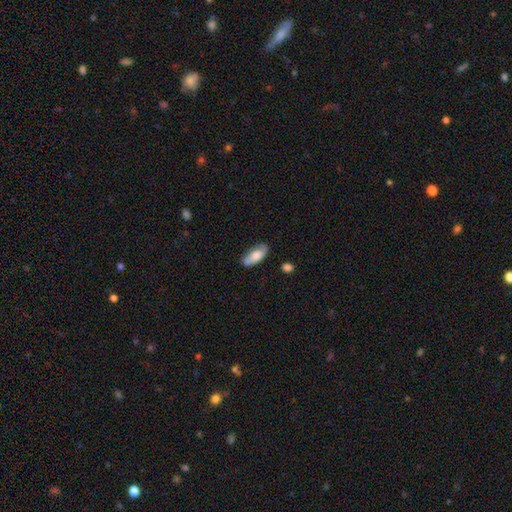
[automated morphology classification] Smooth or featured: smooth — 72% (featured or disk — 22%)
How rounded: in between — 85% (cigar-shaped — 12%)
Merging: none — 73% (minor disturbance — 21%)